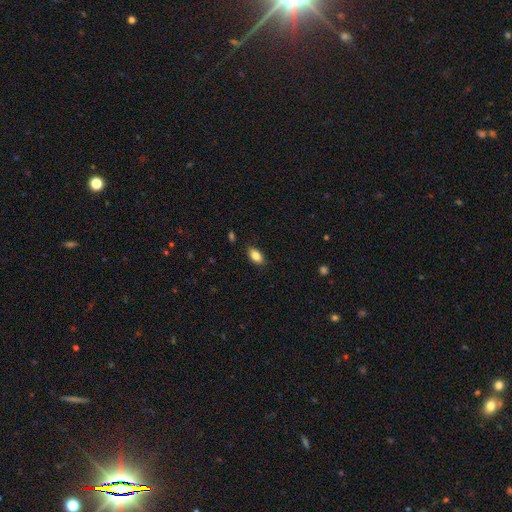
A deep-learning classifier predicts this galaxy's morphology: smooth 85%, star or artifact 8%, featured or disk 7%. Down the decision tree: how rounded — in between (91%); merging — none (86%).